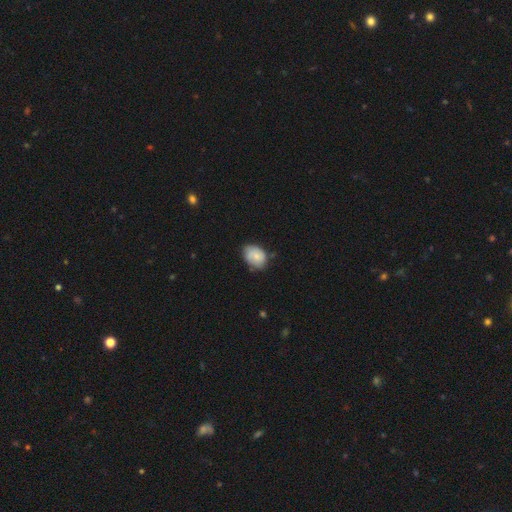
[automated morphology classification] smooth-or-featured: smooth: 69% | featured or disk: 23% | star or artifact: 7%
  how-rounded: in between: 73% | round: 26% | cigar-shaped: 1%
  merging: none: 67% | minor disturbance: 27% | major disturbance: 5% | merger: 2%